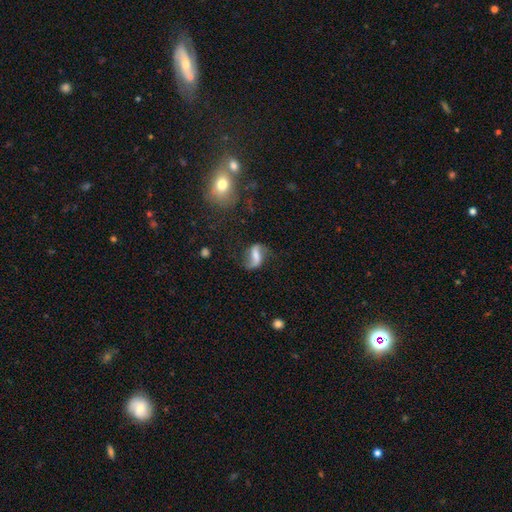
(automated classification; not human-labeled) smooth_or_featured: featured or disk (p=0.73) [alt: smooth p=0.18]
disk_edge_on: no (p=0.96) [alt: yes p=0.04]
bar: strong (p=0.42) [alt: weak p=0.37]
has_spiral_arms: yes (p=0.92) [alt: no p=0.08]
spiral_winding: loose (p=0.79) [alt: medium p=0.17]
spiral_arm_count: 2 (p=0.89) [alt: 1 p=0.05]
bulge_size: none (p=0.33) [alt: small p=0.30]
merging: none (p=0.66) [alt: minor disturbance p=0.18]